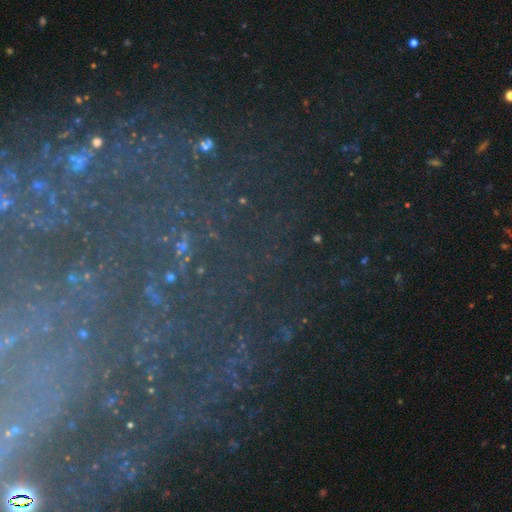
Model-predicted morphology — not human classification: A star or artifact, not a galaxy (43%).